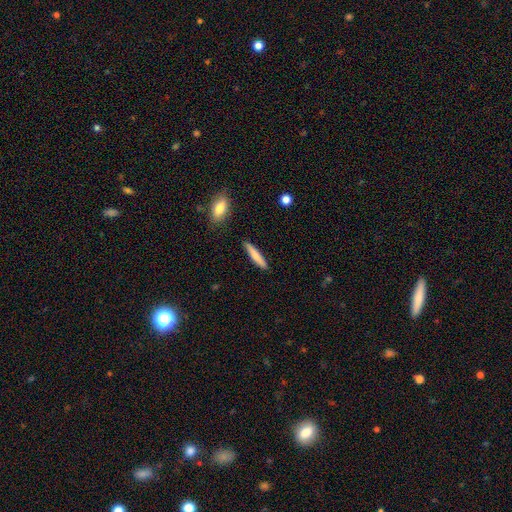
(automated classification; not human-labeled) Smooth or featured? smooth (73%)
How rounded? cigar-shaped (90%)
Merging? none (88%)